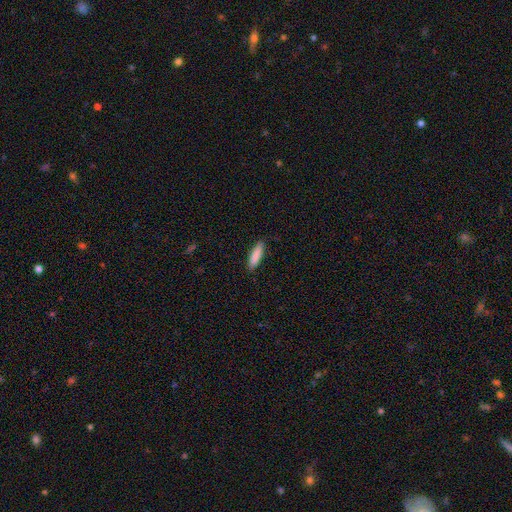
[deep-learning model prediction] A smooth galaxy with no disk features (88%) that is cigar-shaped (73%). Merging: none (89%).